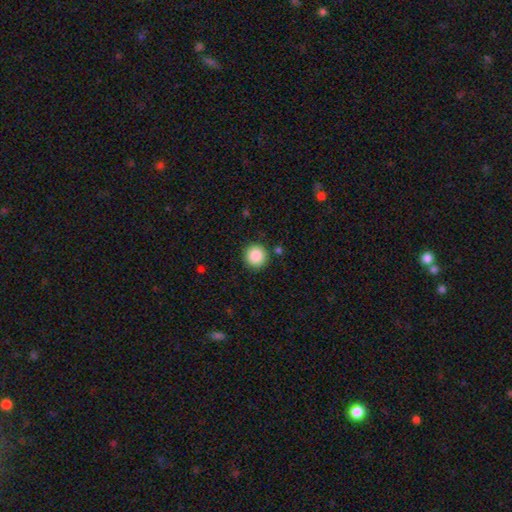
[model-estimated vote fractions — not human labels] Smooth or featured? smooth (88%)
How rounded? round (95%)
Merging? none (90%)